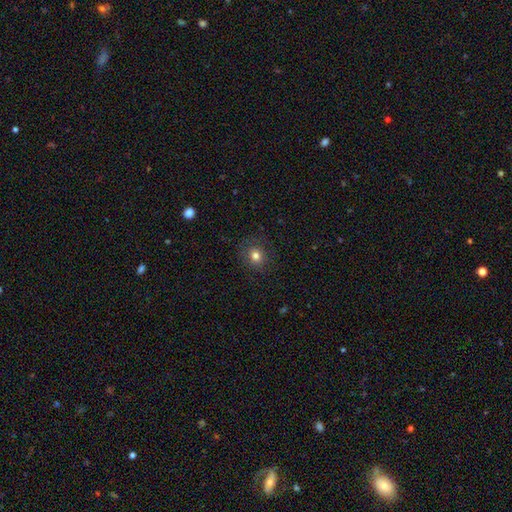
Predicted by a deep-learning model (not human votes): Overall: smooth (78%). How rounded: round (81%). Merging: none (84%).